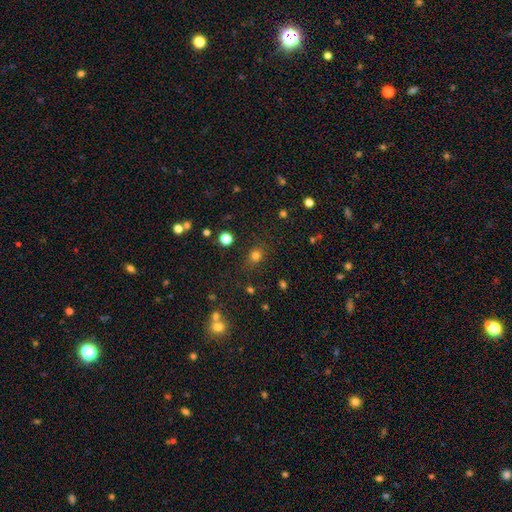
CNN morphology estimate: Smooth or featured? Predicted: smooth (p=0.76). How rounded? Predicted: round (p=0.75). Merging? Predicted: none (p=0.84).